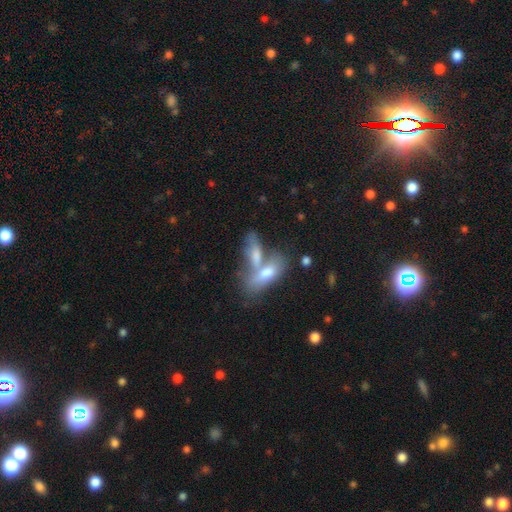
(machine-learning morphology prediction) This appears to be a smooth galaxy with no disk features (68%) that is in between round and cigar-shaped (71%). Merging: merger (65%).